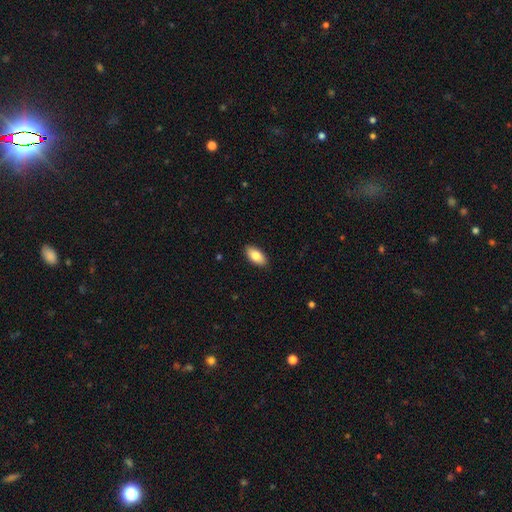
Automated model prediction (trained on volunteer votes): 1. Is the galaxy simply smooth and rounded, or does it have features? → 83% smooth, 11% featured or disk, 7% star or artifact.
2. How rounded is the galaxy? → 92% in between, 6% cigar-shaped, 3% round.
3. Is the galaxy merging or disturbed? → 89% none, 8% minor disturbance, 2% major disturbance, 1% merger.